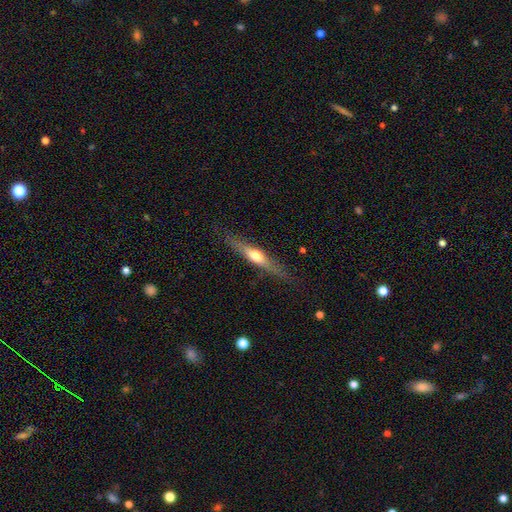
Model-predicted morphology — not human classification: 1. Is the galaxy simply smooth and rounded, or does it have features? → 54% featured or disk, 40% smooth, 6% star or artifact.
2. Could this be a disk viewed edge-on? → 90% yes, 10% no.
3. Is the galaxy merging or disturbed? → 80% none, 15% minor disturbance, 4% major disturbance, 1% merger.